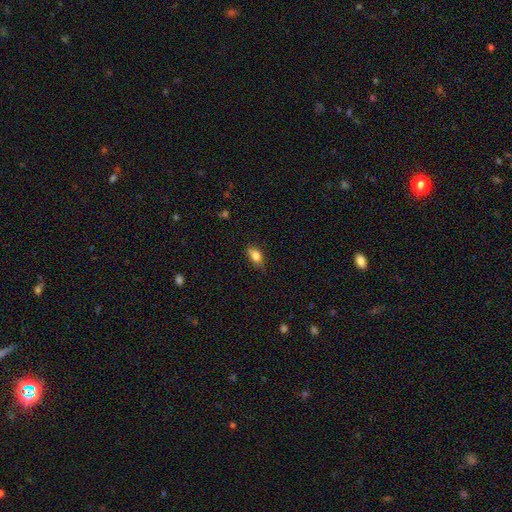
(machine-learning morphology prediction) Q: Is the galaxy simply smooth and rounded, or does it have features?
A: smooth — 81%.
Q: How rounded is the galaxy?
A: in between — 82%.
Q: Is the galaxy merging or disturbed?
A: none — 66%.